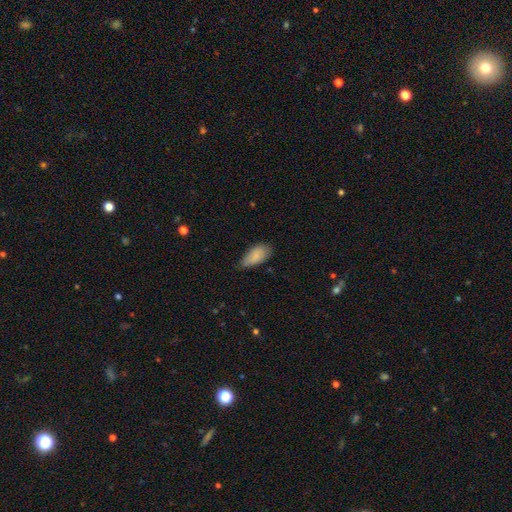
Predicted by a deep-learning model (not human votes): A smooth galaxy with no disk features (83%) that is in between round and cigar-shaped (92%). Merging: none (58%).